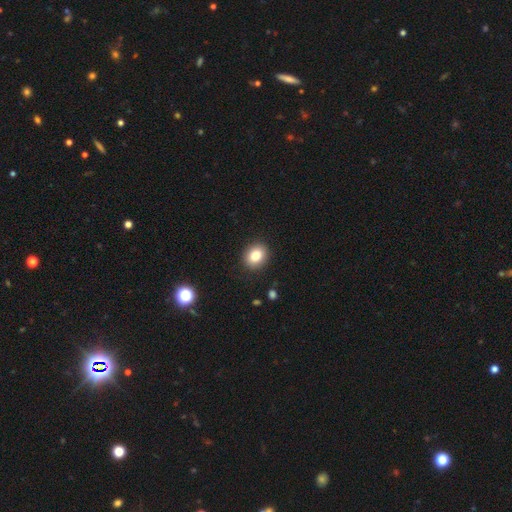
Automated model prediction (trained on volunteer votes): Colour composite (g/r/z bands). It shows a smooth galaxy with no disk features (83%) that is round (57%). Merging: none (90%).